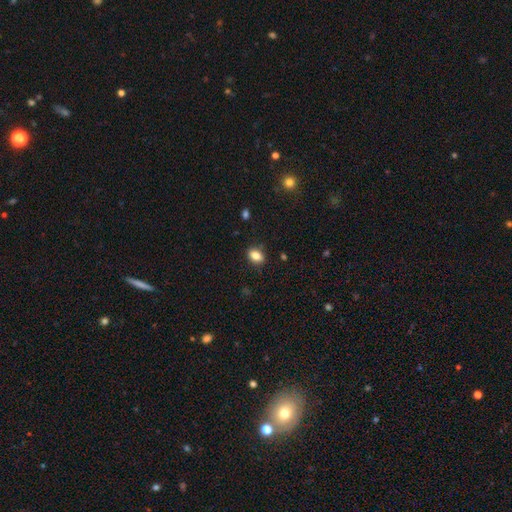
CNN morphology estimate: A smooth galaxy with no disk features (83%) that is in between round and cigar-shaped (74%). Merging: none (85%).